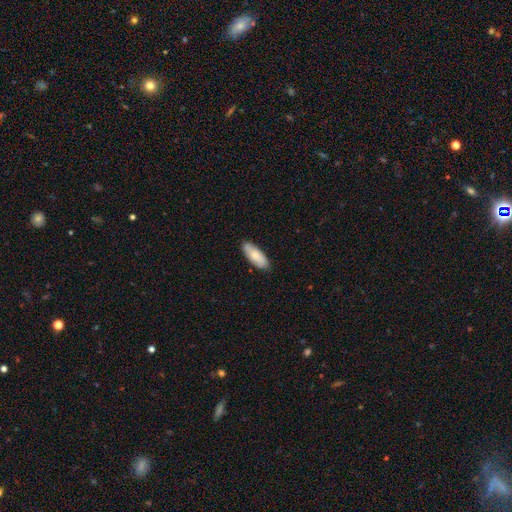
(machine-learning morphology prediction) Overall: smooth (77%). How rounded: in between (76%). Merging: none (86%).